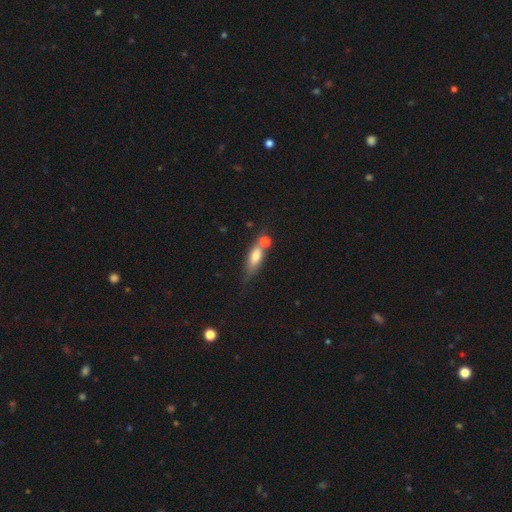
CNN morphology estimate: smooth-or-featured: smooth: 70% | featured or disk: 21% | star or artifact: 9%
  how-rounded: in between: 62% | cigar-shaped: 33% | round: 6%
  merging: none: 41% | merger: 31% | minor disturbance: 19% | major disturbance: 9%